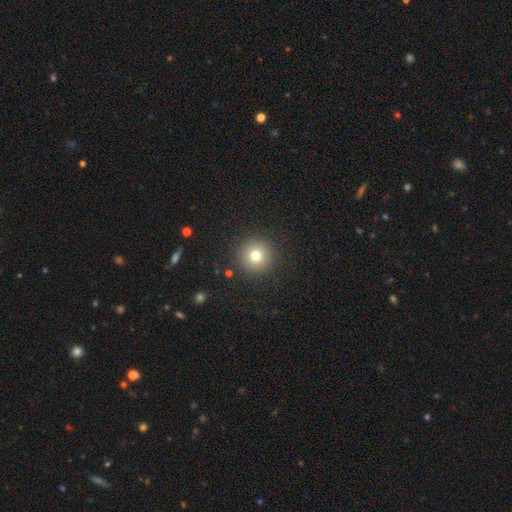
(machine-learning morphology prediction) This appears to be a smooth galaxy with no disk features (76%) that is round (96%). Merging: none (91%).